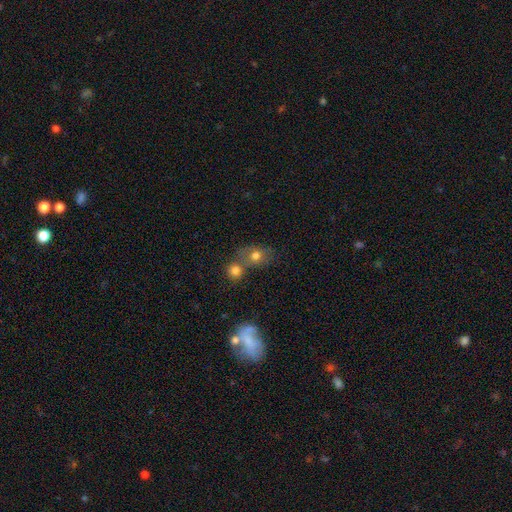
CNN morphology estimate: A smooth galaxy with no disk features (73%) that is round (51%).

Vote fractions:
- Smooth or featured? smooth: 73% / featured or disk: 14% / star or artifact: 13%
- How rounded? round: 51% / in between: 48% / cigar-shaped: 2%
- Merging? none: 45% / merger: 39% / minor disturbance: 11% / major disturbance: 5%